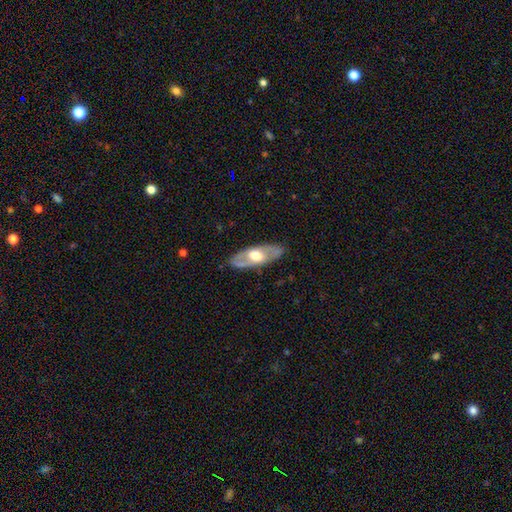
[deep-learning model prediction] This appears to be a featured or disk galaxy (58%). Merging: none (83%).